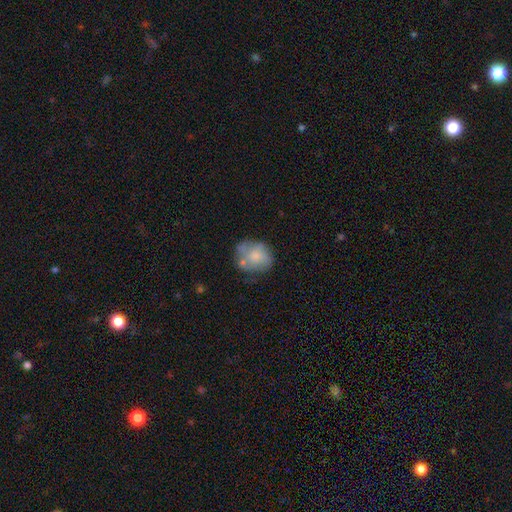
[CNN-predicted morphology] Smooth or featured?
  - smooth: 62% *
  - featured or disk: 30%
  - star or artifact: 8%
How rounded?
  - round: 60% *
  - in between: 39%
  - cigar-shaped: 1%
Merging?
  - none: 51% *
  - minor disturbance: 26%
  - major disturbance: 12%
  - merger: 11%